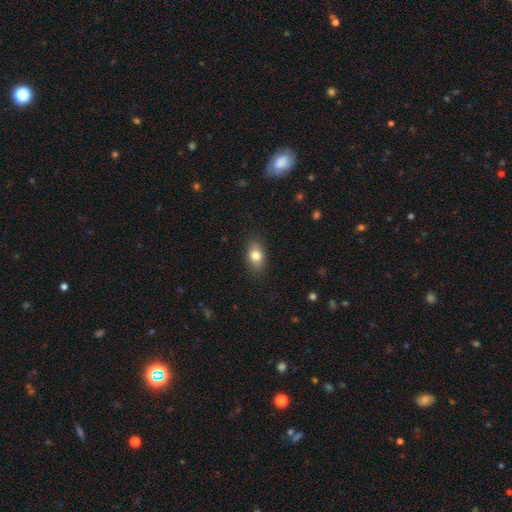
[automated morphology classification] A smooth galaxy with no disk features (79%) that is in between round and cigar-shaped (78%).

Vote fractions:
- Smooth or featured? smooth: 79% / featured or disk: 12% / star or artifact: 9%
- How rounded? in between: 78% / round: 19% / cigar-shaped: 3%
- Merging? none: 84% / minor disturbance: 12% / major disturbance: 3% / merger: 1%